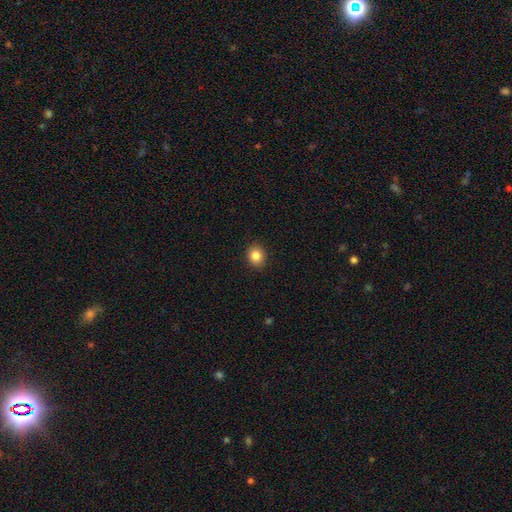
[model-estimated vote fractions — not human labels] Smooth or featured? smooth (85%)
How rounded? round (71%)
Merging? none (90%)